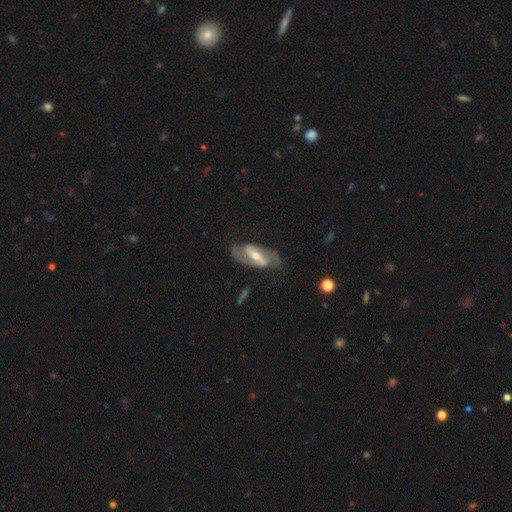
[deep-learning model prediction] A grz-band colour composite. It shows a featured or disk galaxy (85%) with a strong bar (60%), 2 (90%) medium (49%) spiral arms (91%) and a moderate central bulge (64%). Merging: none (74%).